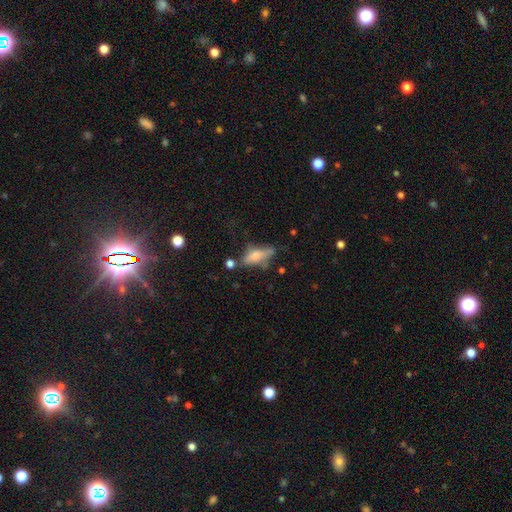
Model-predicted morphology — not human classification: smooth_or_featured: smooth (p=0.61) [alt: featured or disk p=0.30]
how_rounded: in between (p=0.65) [alt: cigar-shaped p=0.31]
merging: none (p=0.42) [alt: minor disturbance p=0.28]